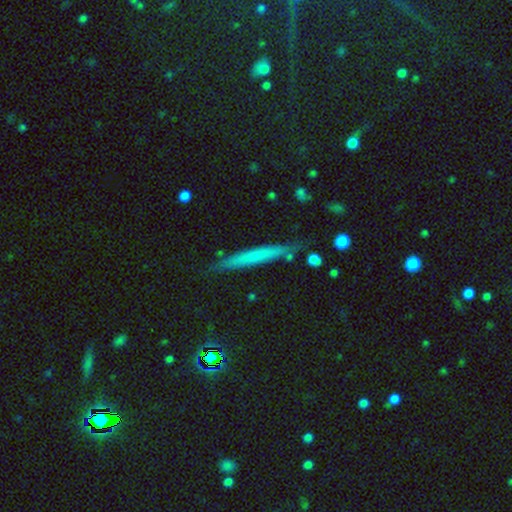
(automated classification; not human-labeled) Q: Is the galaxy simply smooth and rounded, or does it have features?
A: smooth — 57%.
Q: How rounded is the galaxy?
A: cigar-shaped — 95%.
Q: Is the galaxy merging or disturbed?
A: none — 83%.